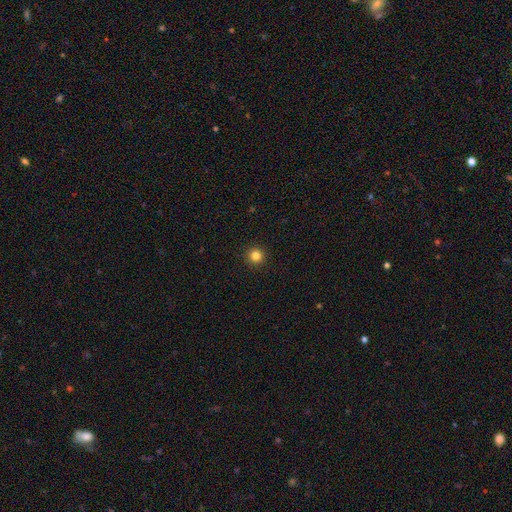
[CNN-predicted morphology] smooth_or_featured: smooth (p=0.83) [alt: star or artifact p=0.13]
how_rounded: round (p=0.96) [alt: in between p=0.03]
merging: none (p=0.93) [alt: minor disturbance p=0.04]